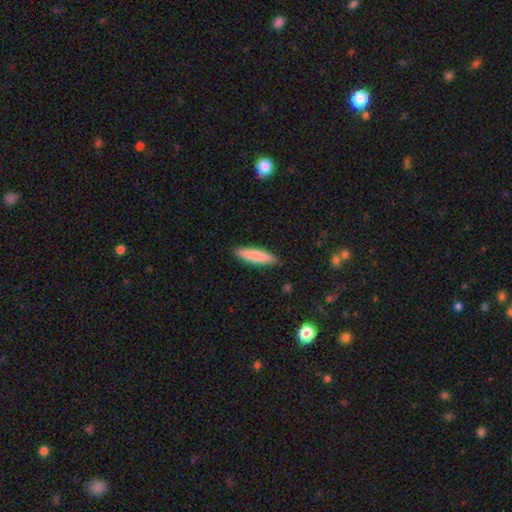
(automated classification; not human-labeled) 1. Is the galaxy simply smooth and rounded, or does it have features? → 83% smooth, 11% featured or disk, 6% star or artifact.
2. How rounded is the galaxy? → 74% cigar-shaped, 24% in between, 1% round.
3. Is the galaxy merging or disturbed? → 88% none, 9% minor disturbance, 2% major disturbance, 1% merger.